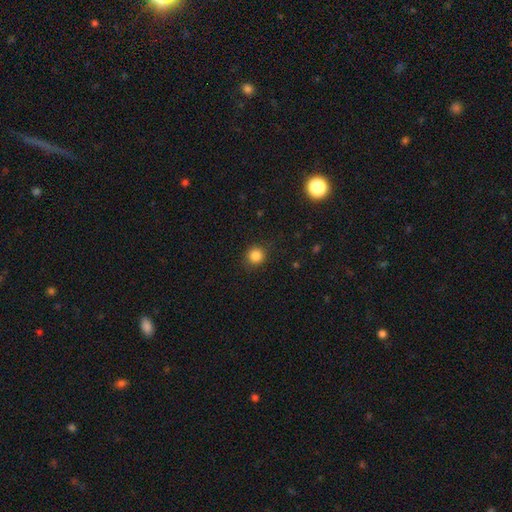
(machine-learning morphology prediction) smooth_or_featured: smooth (p=0.84) [alt: star or artifact p=0.11]
how_rounded: round (p=0.92) [alt: in between p=0.07]
merging: none (p=0.88) [alt: minor disturbance p=0.08]